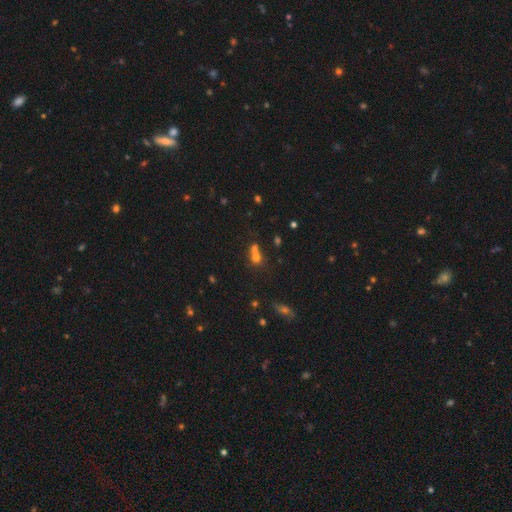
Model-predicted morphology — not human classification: smooth 60%, star or artifact 23%, featured or disk 17%. Down the decision tree: how rounded — round (63%); merging — merger (50%).